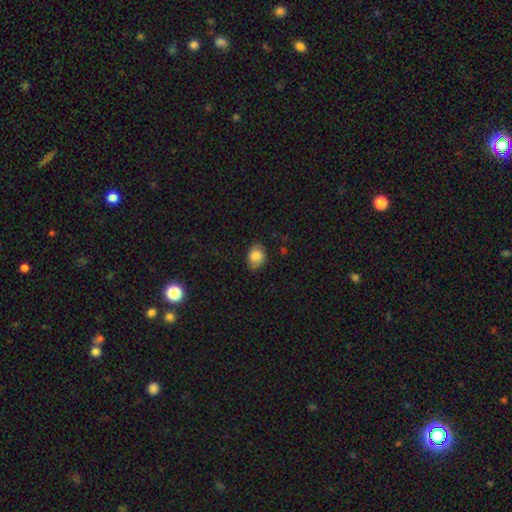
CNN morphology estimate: smooth-or-featured: smooth: 82% | featured or disk: 10% | star or artifact: 8%
  how-rounded: in between: 69% | round: 30% | cigar-shaped: 1%
  merging: none: 77% | minor disturbance: 19% | major disturbance: 4% | merger: 1%